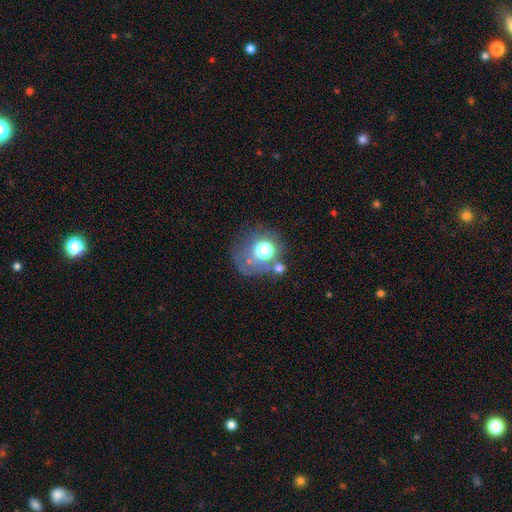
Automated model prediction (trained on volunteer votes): smooth_or_featured: smooth (p=0.48) [alt: featured or disk p=0.27]
merging: none (p=0.55) [alt: minor disturbance p=0.18]